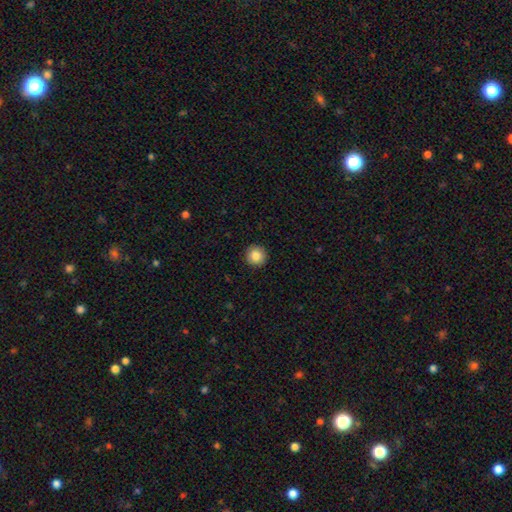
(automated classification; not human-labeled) Q: Smooth or featured?
A: smooth (86%); runner-up: star or artifact (9%)
Q: How rounded?
A: round (96%); runner-up: in between (3%)
Q: Merging?
A: none (93%); runner-up: minor disturbance (5%)